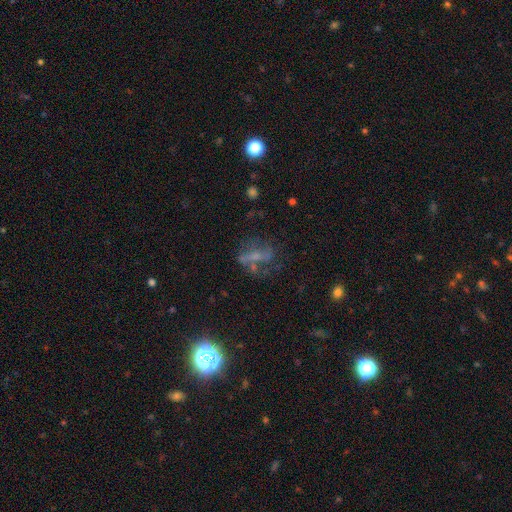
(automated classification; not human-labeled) Morphology: type=featured or disk (46%); merging=none (45%).